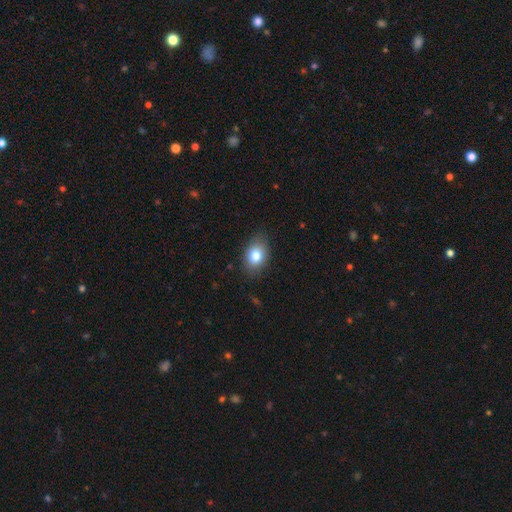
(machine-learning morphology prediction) smooth_or_featured: smooth (p=0.81) [alt: featured or disk p=0.10]
how_rounded: in between (p=0.77) [alt: round p=0.21]
merging: none (p=0.81) [alt: minor disturbance p=0.15]